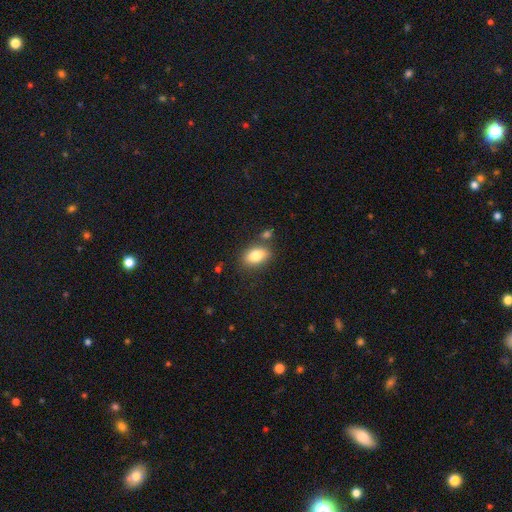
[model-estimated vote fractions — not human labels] Smooth or featured? Predicted: smooth (p=0.80). How rounded? Predicted: in between (p=0.85). Merging? Predicted: none (p=0.75).